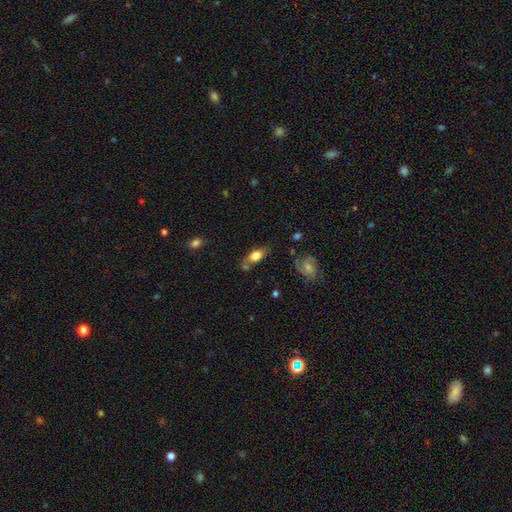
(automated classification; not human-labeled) Overall: smooth (73%). How rounded: in between (80%). Merging: none (61%; minor disturbance 22%).